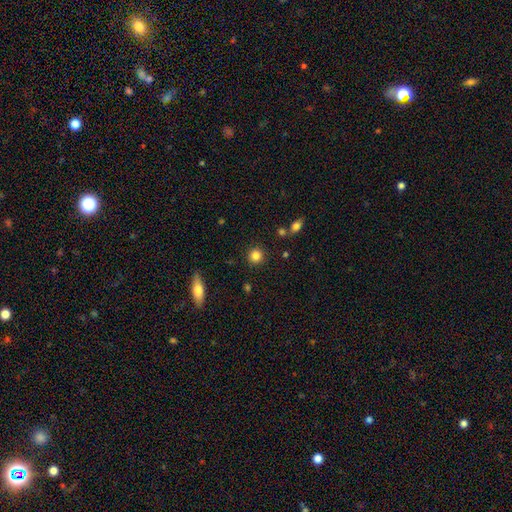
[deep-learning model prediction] Overall: smooth (84%). How rounded: round (92%). Merging: none (89%).